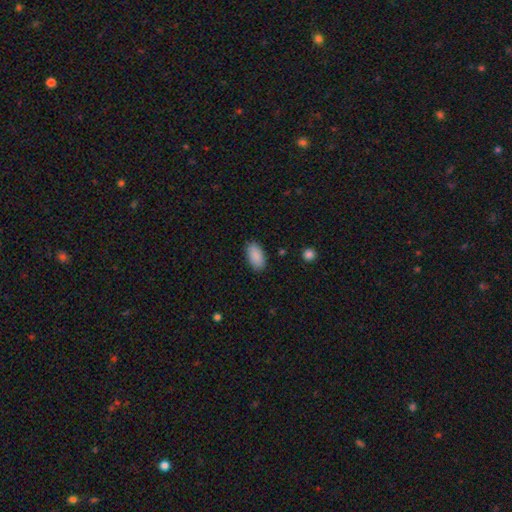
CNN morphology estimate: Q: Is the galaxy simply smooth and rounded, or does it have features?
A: smooth — 90%.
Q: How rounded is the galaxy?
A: in between — 94%.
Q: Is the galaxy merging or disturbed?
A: none — 87%.